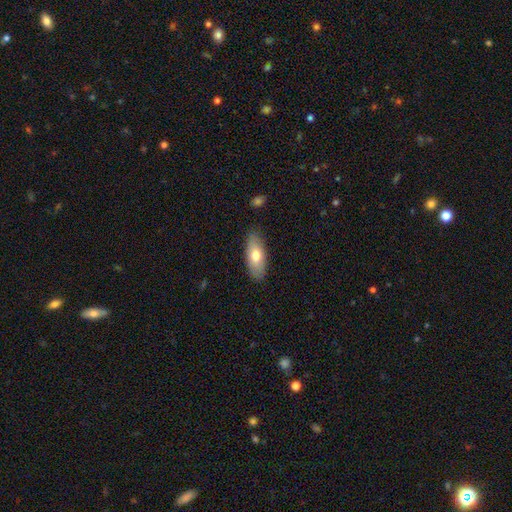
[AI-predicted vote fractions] smooth_or_featured: smooth (p=0.71) [alt: featured or disk p=0.23]
how_rounded: in between (p=0.81) [alt: cigar-shaped p=0.17]
merging: none (p=0.85) [alt: minor disturbance p=0.11]